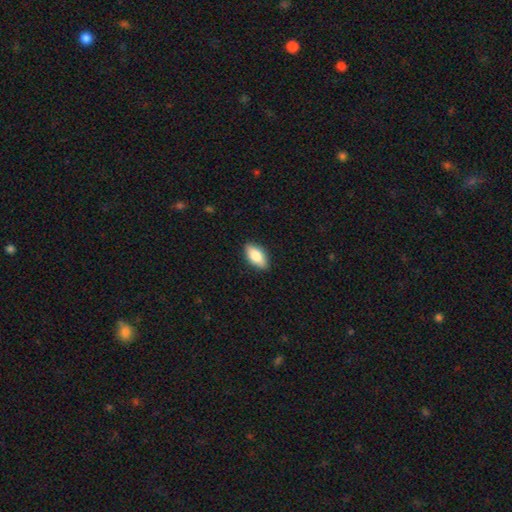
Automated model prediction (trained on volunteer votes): smooth_or_featured: smooth (p=0.81) [alt: featured or disk p=0.13]
how_rounded: in between (p=0.87) [alt: cigar-shaped p=0.10]
merging: none (p=0.88) [alt: minor disturbance p=0.09]